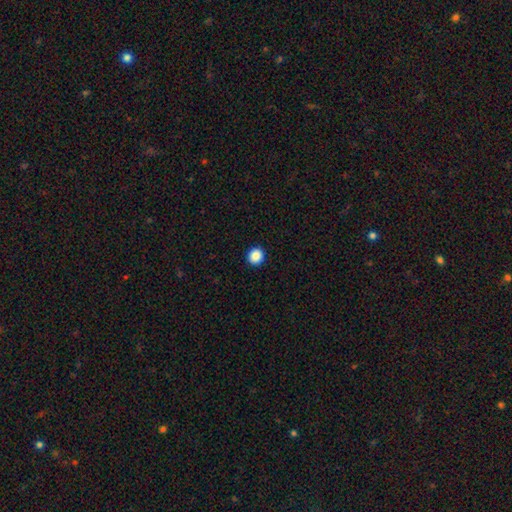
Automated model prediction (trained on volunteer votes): Smooth or featured: smooth — 88% (star or artifact — 9%)
How rounded: round — 91% (in between — 8%)
Merging: none — 93% (minor disturbance — 4%)